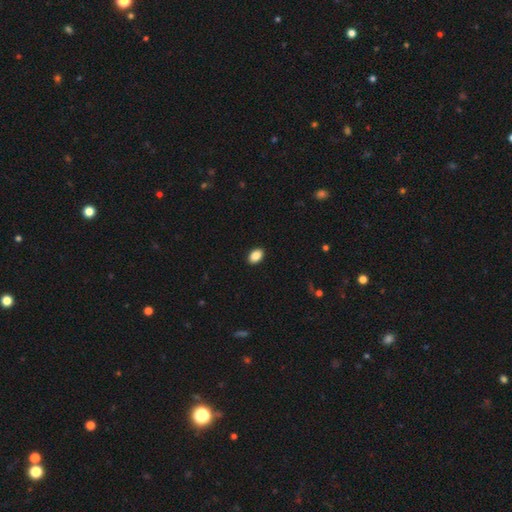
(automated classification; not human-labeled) Overall: smooth (88%). How rounded: in between (86%). Merging: none (91%).